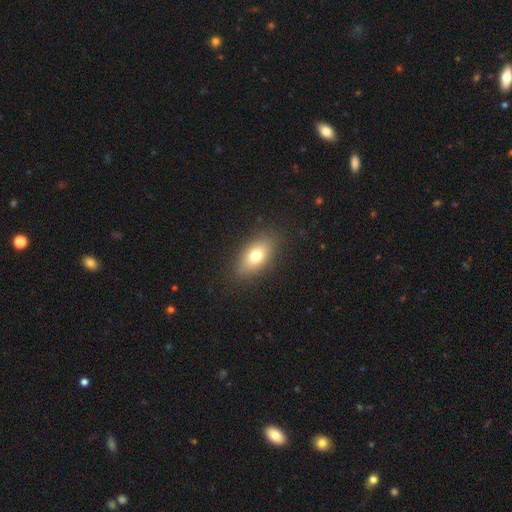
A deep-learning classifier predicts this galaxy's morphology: smooth 74%, featured or disk 17%, star or artifact 9%. Down the decision tree: how rounded — in between (86%); merging — none (83%).